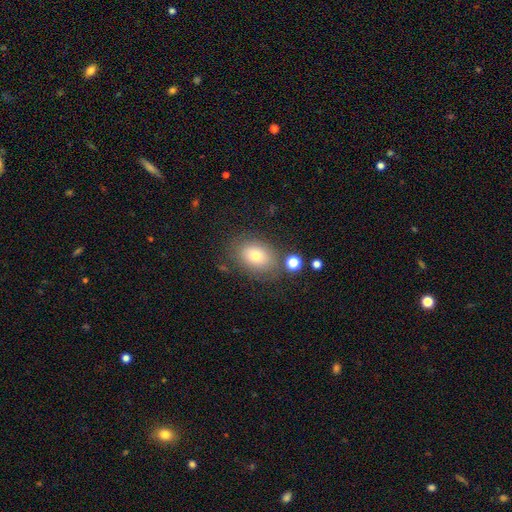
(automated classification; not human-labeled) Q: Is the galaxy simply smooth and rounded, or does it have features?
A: smooth — 74%.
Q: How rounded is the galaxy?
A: in between — 74%.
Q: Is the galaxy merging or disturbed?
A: none — 76%.